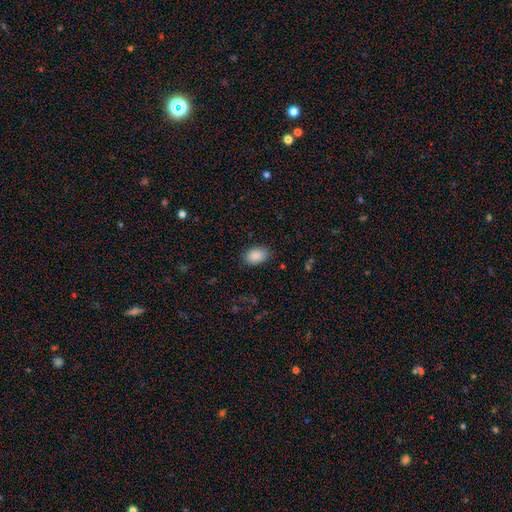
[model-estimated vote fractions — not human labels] Smooth or featured? smooth (89%)
How rounded? in between (88%)
Merging? none (85%)